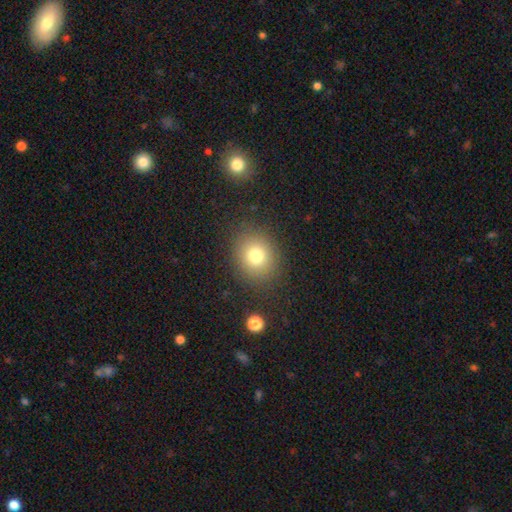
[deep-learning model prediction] Smooth or featured?
  - smooth: 77% *
  - star or artifact: 14%
  - featured or disk: 10%
How rounded?
  - round: 71% *
  - in between: 28%
  - cigar-shaped: 1%
Merging?
  - none: 86% *
  - minor disturbance: 9%
  - major disturbance: 4%
  - merger: 2%